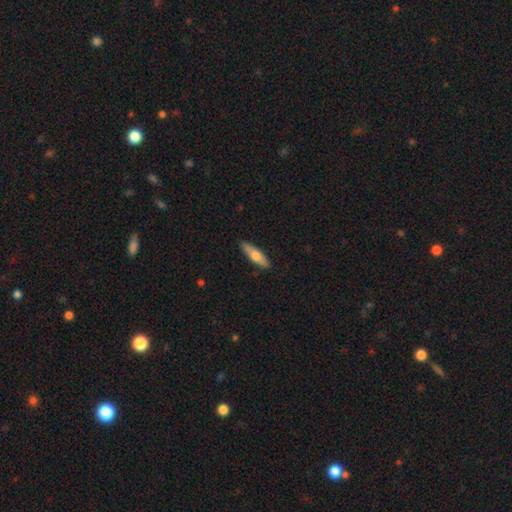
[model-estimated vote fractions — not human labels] This appears to be a smooth galaxy with no disk features (61%) that is cigar-shaped (65%). Merging: none (88%).